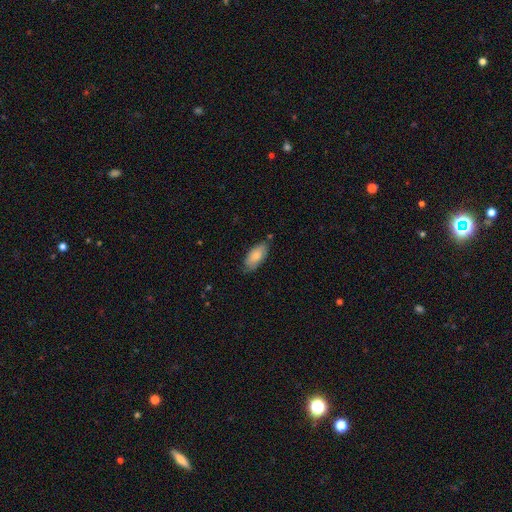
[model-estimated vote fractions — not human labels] This appears to be a smooth galaxy with no disk features (79%) that is in between round and cigar-shaped (91%). Merging: none (69%).